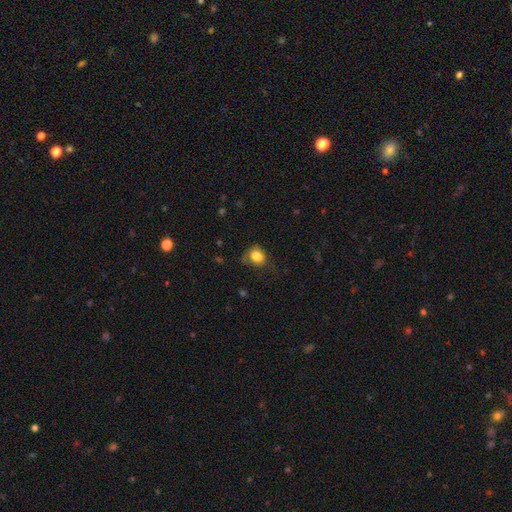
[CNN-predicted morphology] Q: Smooth or featured?
A: smooth (81%); runner-up: featured or disk (10%)
Q: How rounded?
A: round (56%); runner-up: in between (43%)
Q: Merging?
A: none (46%); runner-up: minor disturbance (31%)